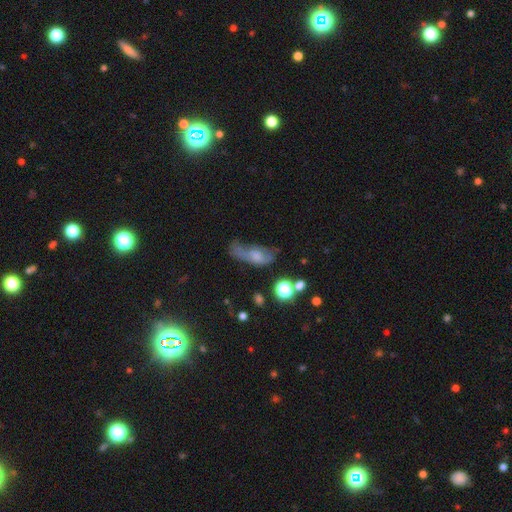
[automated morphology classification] A smooth galaxy with no disk features (51%) that is in between round and cigar-shaped (73%). Merging: major disturbance (39%).